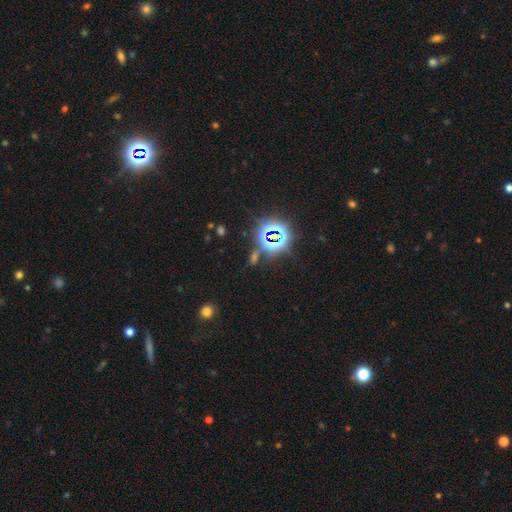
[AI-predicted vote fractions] smooth_or_featured: star or artifact (p=0.76) [alt: smooth p=0.16]